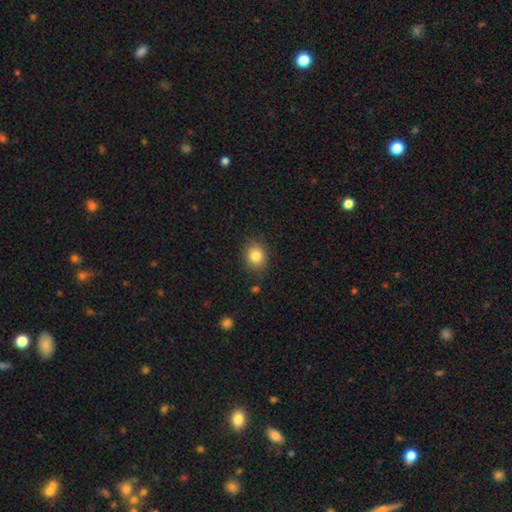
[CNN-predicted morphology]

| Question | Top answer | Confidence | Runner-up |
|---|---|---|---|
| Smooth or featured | smooth | 84% | star or artifact (10%) |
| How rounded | round | 66% | in between (33%) |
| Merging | none | 85% | minor disturbance (11%) |